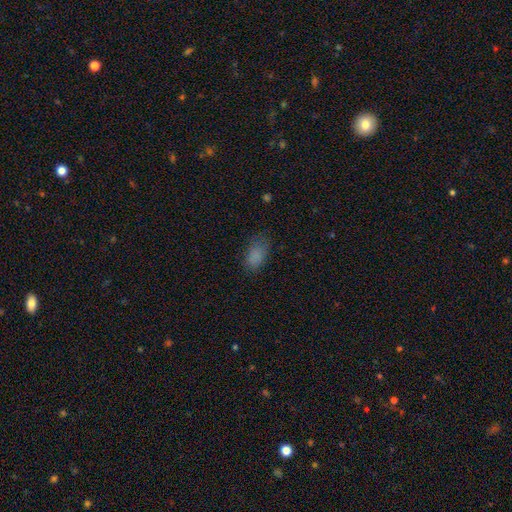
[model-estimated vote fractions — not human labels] Smooth or featured? smooth (83%)
How rounded? in between (90%)
Merging? none (68%)